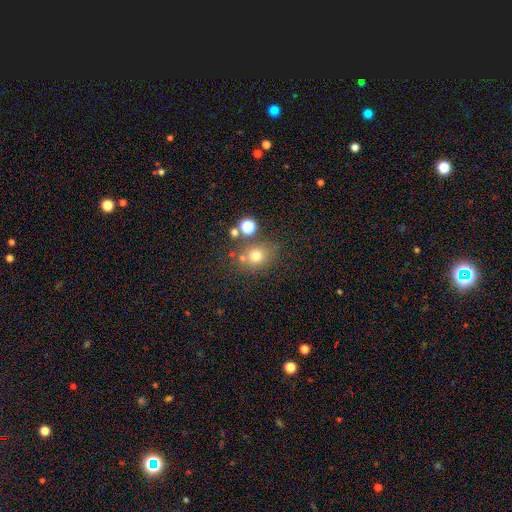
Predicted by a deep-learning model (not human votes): Smooth or featured? Predicted: smooth (p=0.72). How rounded? Predicted: round (p=0.72). Merging? Predicted: none (p=0.68).